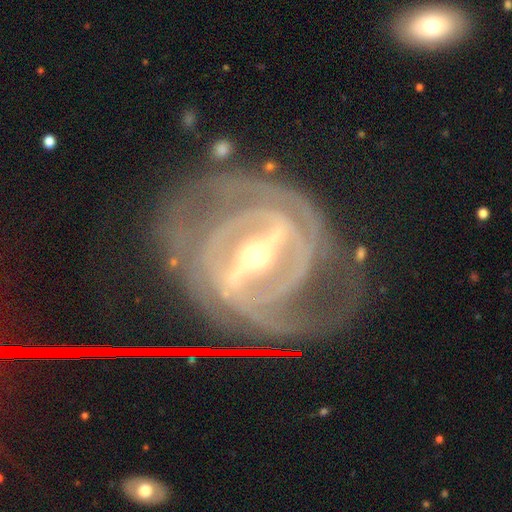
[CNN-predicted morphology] Smooth or featured? Predicted: featured or disk (p=0.92). Edge-on disk? Predicted: no (p=0.95). Bar? Predicted: strong (p=0.81). Spiral arms? Predicted: yes (p=0.96). Spiral winding? Predicted: tight (p=0.66). Spiral arm count? Predicted: 2 (p=0.42). Bulge size? Predicted: small (p=0.58). Merging? Predicted: none (p=0.68).